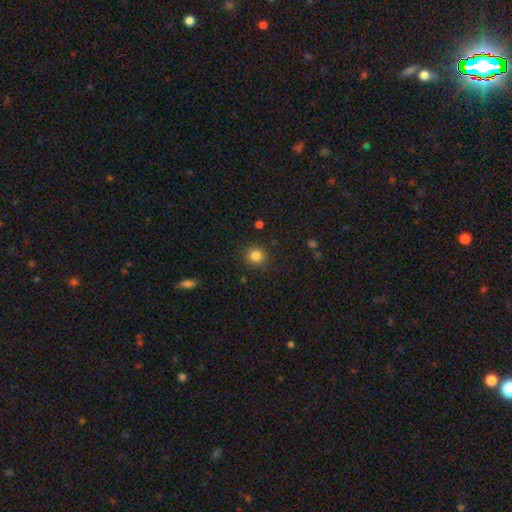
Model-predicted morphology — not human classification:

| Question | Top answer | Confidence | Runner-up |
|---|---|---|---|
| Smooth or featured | smooth | 84% | star or artifact (12%) |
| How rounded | round | 90% | in between (9%) |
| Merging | none | 88% | minor disturbance (8%) |